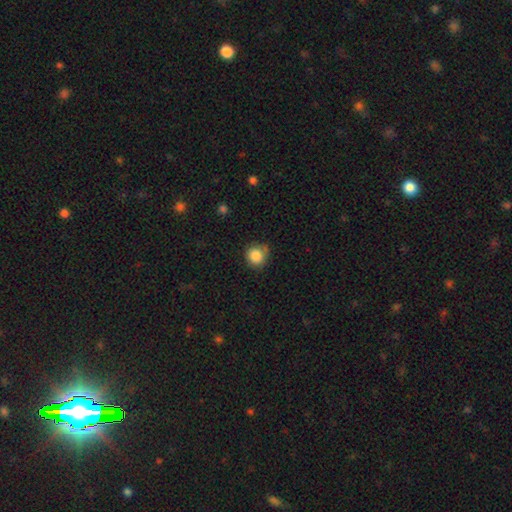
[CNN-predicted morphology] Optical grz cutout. It shows a smooth galaxy with no disk features (85%) that is round (90%). Merging: none (71%).